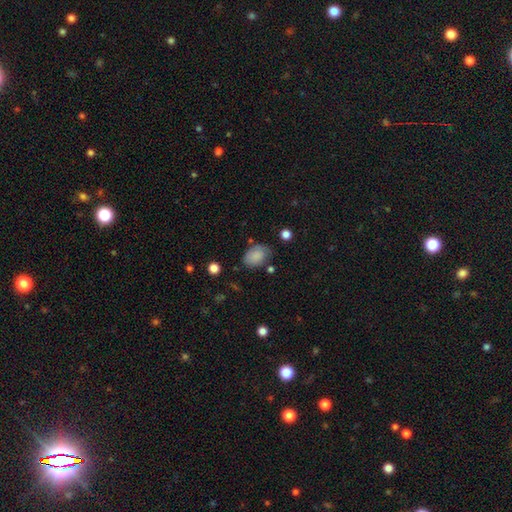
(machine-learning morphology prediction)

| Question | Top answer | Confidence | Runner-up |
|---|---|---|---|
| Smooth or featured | smooth | 84% | star or artifact (8%) |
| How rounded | in between | 82% | round (17%) |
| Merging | none | 66% | minor disturbance (23%) |